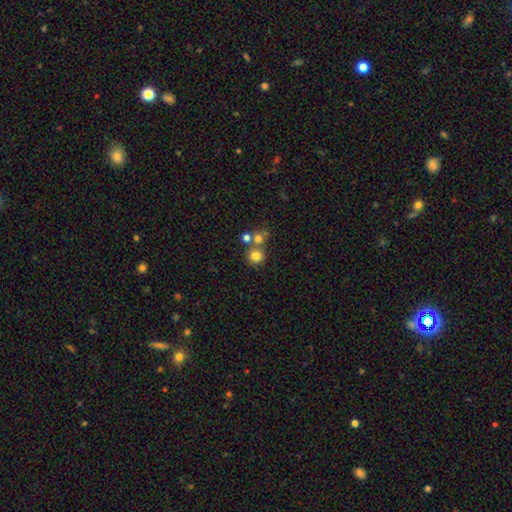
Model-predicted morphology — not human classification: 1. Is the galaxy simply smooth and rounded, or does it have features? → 76% smooth, 15% star or artifact, 9% featured or disk.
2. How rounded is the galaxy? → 88% round, 11% in between, 1% cigar-shaped.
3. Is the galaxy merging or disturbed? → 59% none, 30% merger, 7% minor disturbance, 3% major disturbance.